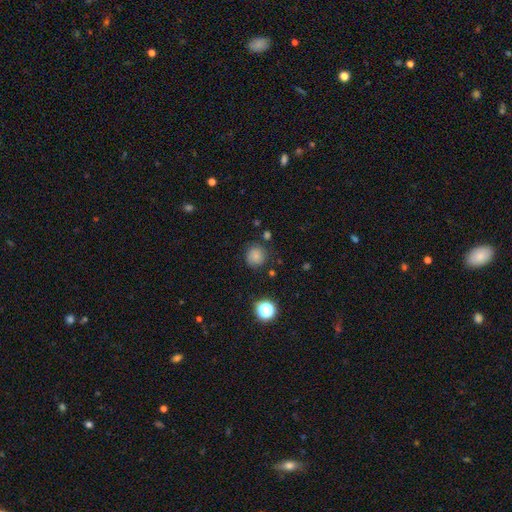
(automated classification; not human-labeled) A smooth galaxy with no disk features (79%) that is round (91%).

Vote fractions:
- Smooth or featured? smooth: 79% / star or artifact: 15% / featured or disk: 6%
- How rounded? round: 91% / in between: 8% / cigar-shaped: 1%
- Merging? none: 81% / minor disturbance: 12% / major disturbance: 4% / merger: 3%